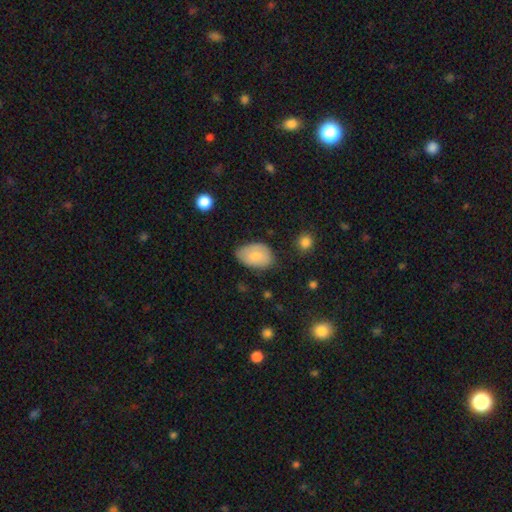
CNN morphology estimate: Smooth or featured? Predicted: smooth (p=0.76). How rounded? Predicted: in between (p=0.89). Merging? Predicted: none (p=0.62).